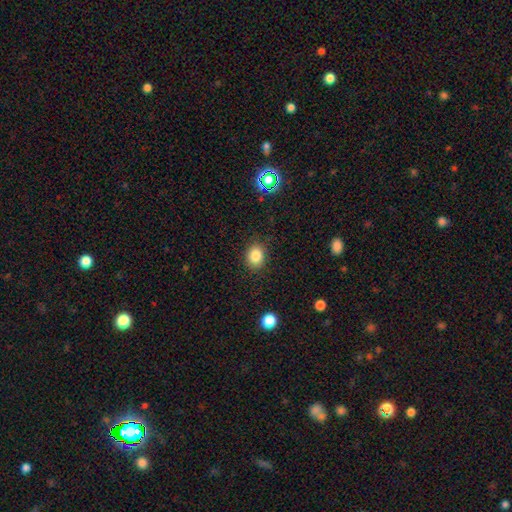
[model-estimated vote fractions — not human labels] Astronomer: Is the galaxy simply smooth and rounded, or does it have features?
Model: smooth — 84%.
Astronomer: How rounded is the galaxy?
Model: round — 55% (runner-up: in between, 44%).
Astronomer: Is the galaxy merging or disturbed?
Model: none — 87%.